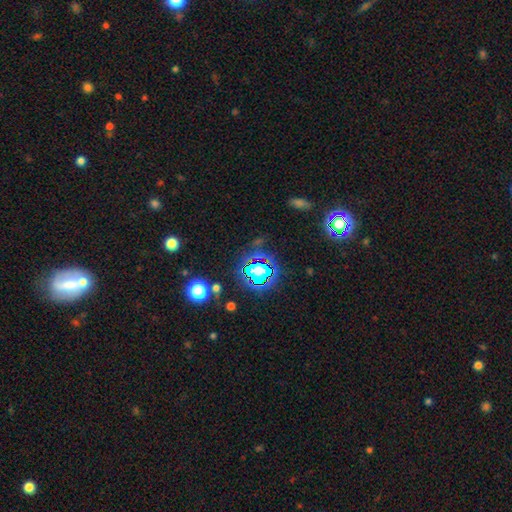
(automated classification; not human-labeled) smooth-or-featured: star or artifact: 75% | smooth: 16% | featured or disk: 9%